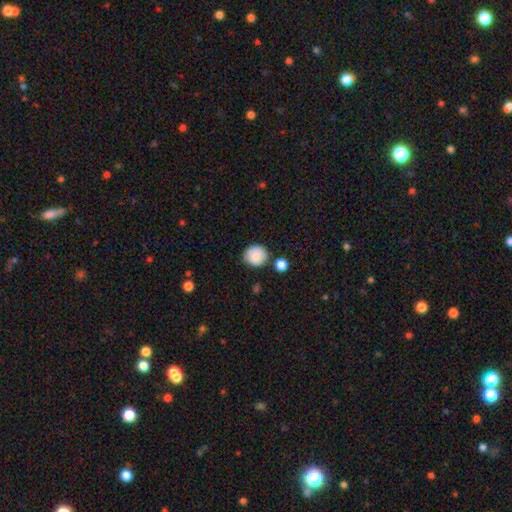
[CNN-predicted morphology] The model was most divided on "merging": none: 78%, minor disturbance: 13%, merger: 7%, major disturbance: 3%. More confident: how rounded — round (90%); smooth or featured — smooth (85%).